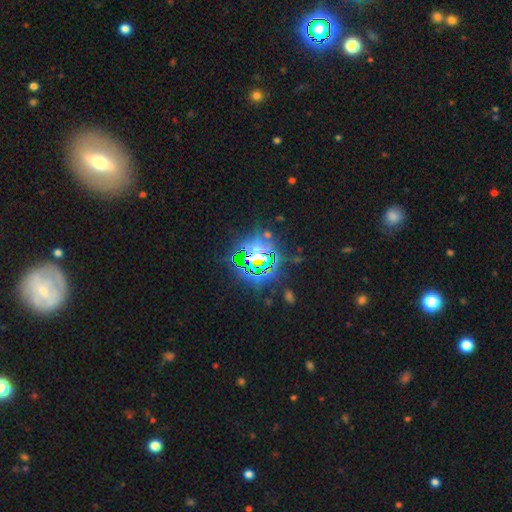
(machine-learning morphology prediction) type=star or artifact (79%).